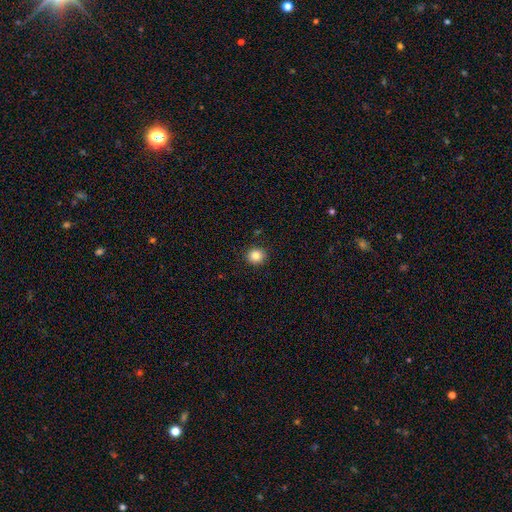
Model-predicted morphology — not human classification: This is clearly a smooth galaxy (84%). How rounded: clearly round (87%). Merging: clearly none (91%).